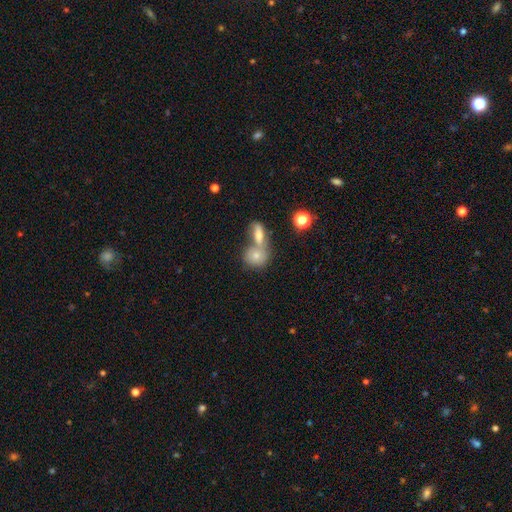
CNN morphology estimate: Smooth or featured?
  - smooth: 74% *
  - featured or disk: 16%
  - star or artifact: 10%
How rounded?
  - round: 58% *
  - in between: 38%
  - cigar-shaped: 4%
Merging?
  - merger: 56% *
  - none: 33%
  - minor disturbance: 8%
  - major disturbance: 4%